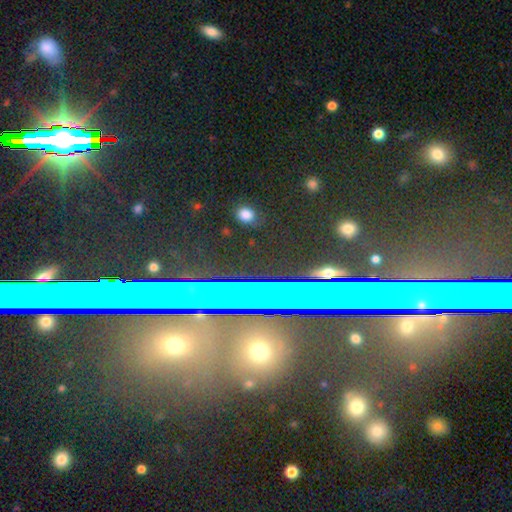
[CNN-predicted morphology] This is likely a star or artifact rather than a galaxy (68%).